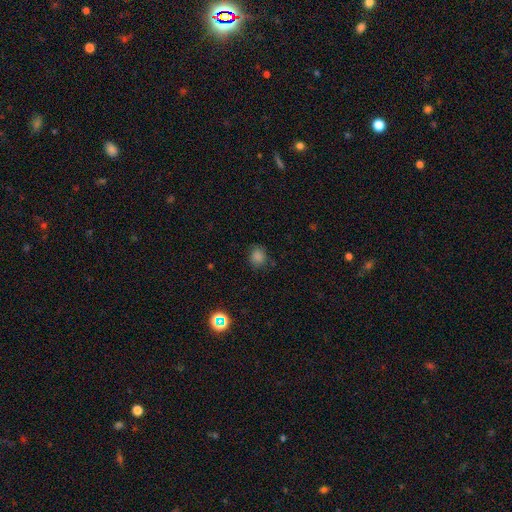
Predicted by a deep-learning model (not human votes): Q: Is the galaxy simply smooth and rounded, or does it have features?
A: smooth — 66%.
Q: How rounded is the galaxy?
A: round — 83%.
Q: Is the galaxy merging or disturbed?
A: none — 82%.